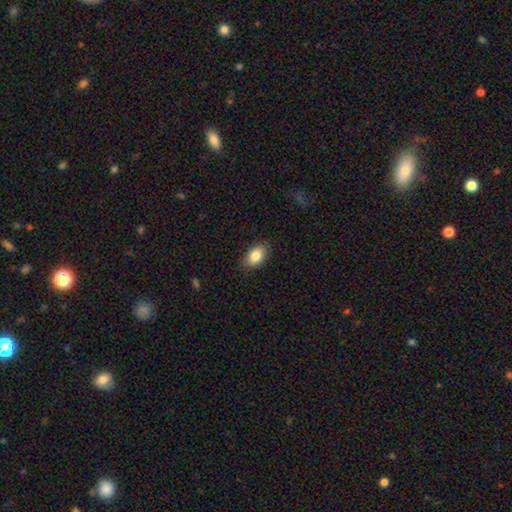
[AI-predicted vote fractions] Overall: smooth (84%). How rounded: in between (89%). Merging: none (85%).